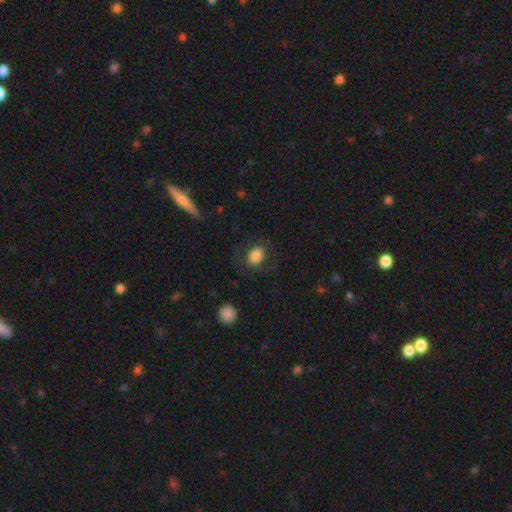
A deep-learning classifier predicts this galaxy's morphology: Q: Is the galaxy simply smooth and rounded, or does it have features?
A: smooth — 80%.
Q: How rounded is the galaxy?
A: in between — 57%.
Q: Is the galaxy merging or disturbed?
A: none — 76%.